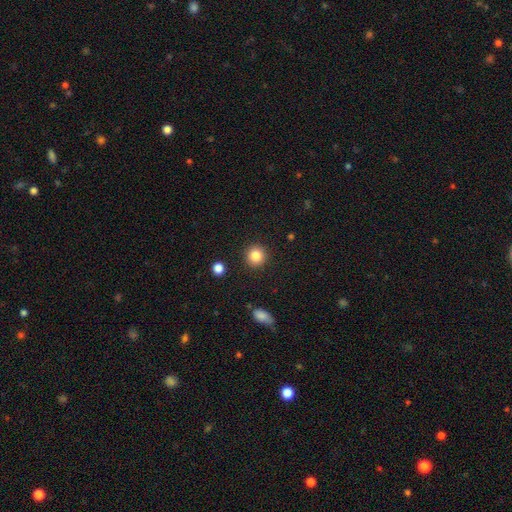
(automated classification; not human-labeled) smooth 85%, star or artifact 10%, featured or disk 6%. Down the decision tree: how rounded — round (93%); merging — none (91%).